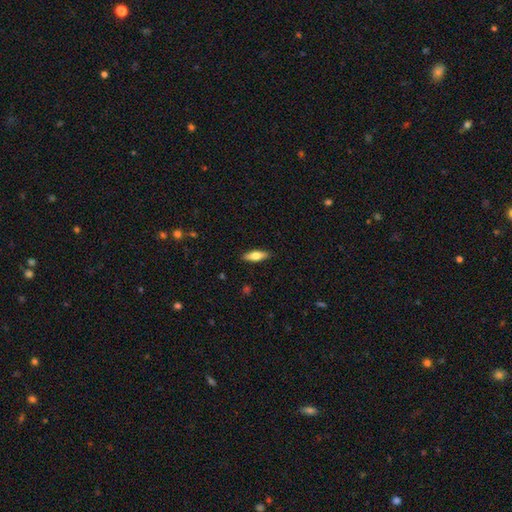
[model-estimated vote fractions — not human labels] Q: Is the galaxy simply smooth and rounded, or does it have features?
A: smooth — 67%.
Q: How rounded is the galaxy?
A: in between — 58%.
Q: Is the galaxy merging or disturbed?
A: none — 89%.